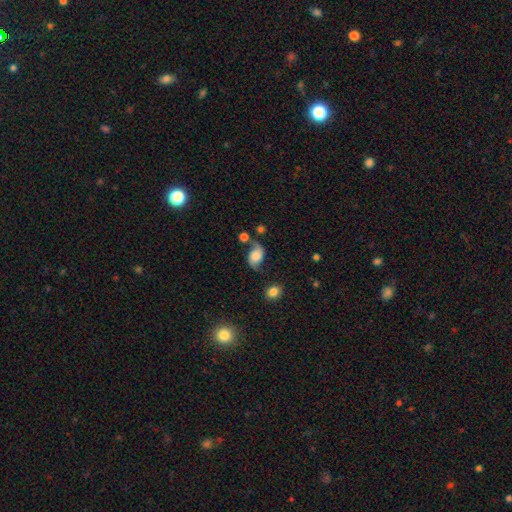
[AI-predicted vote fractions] Overall: featured or disk (52%; smooth 37%). Edge-on disk: no (97%). Bar: no (67%). Spiral arms: yes (90%). Bulge size: none (33%; large 26%). Merging: none (50%; minor disturbance 25%).